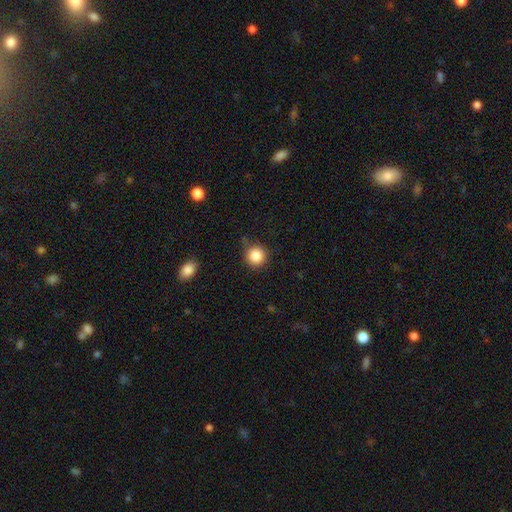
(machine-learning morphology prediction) smooth_or_featured: smooth (p=0.85) [alt: star or artifact p=0.10]
how_rounded: round (p=0.94) [alt: in between p=0.05]
merging: none (p=0.77) [alt: minor disturbance p=0.16]